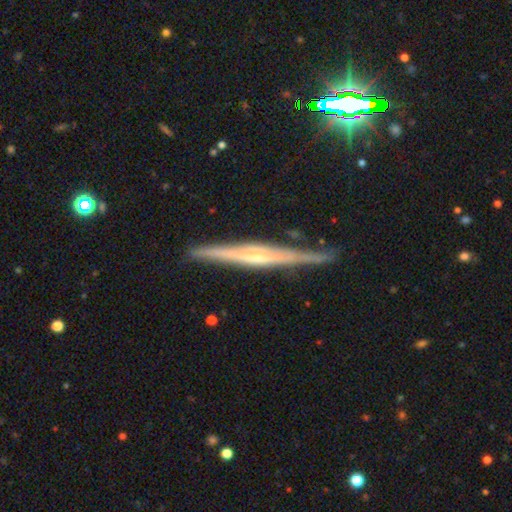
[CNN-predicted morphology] Smooth or featured? featured or disk (77%)
Edge-on disk? yes (97%)
Edge-on bulge? rounded (43%)
Merging? none (84%)